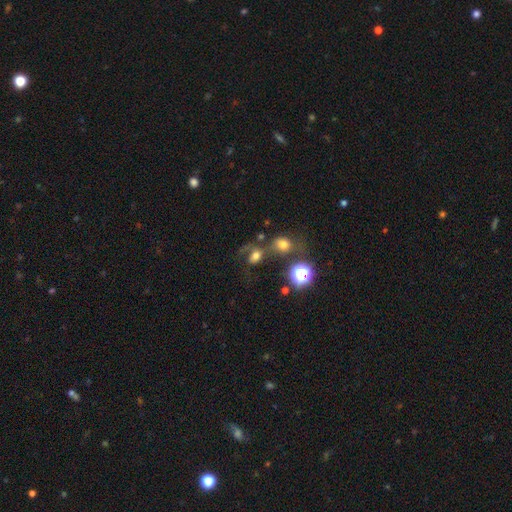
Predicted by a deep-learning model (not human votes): Smooth or featured? Predicted: smooth (p=0.59). How rounded? Predicted: in between (p=0.55). Merging? Predicted: none (p=0.35).